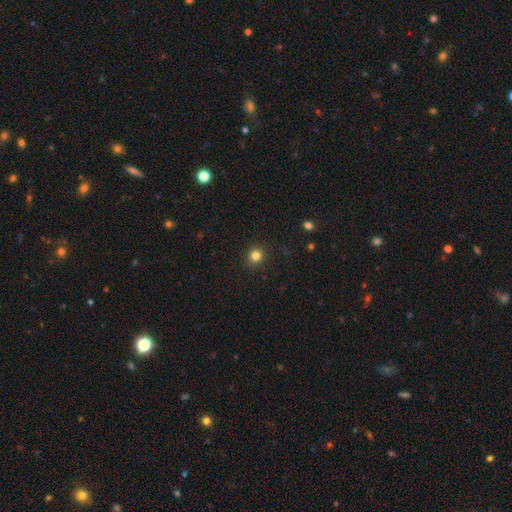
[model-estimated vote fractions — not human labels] Smooth or featured? Predicted: smooth (p=0.82). How rounded? Predicted: round (p=0.91). Merging? Predicted: none (p=0.91).